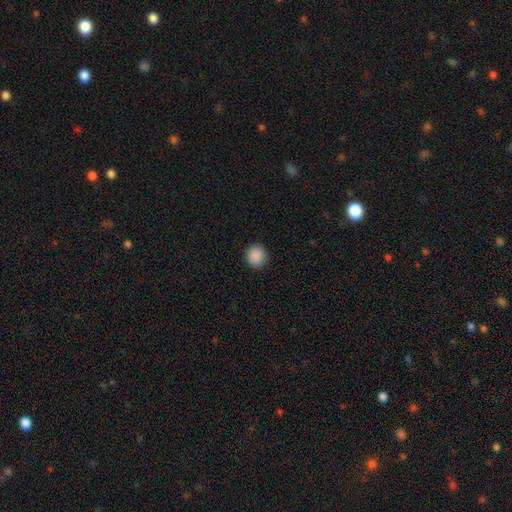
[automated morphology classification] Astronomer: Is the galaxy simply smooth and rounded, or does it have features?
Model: smooth — 89%.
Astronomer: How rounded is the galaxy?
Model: round — 91%.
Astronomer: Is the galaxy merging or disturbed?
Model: none — 91%.